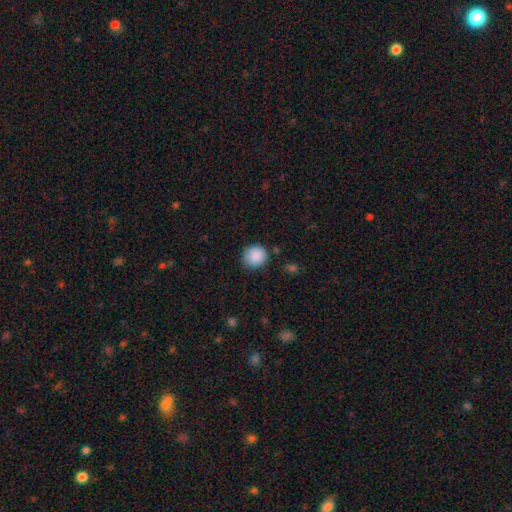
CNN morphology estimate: Smooth or featured? Predicted: smooth (p=0.88). How rounded? Predicted: round (p=0.88). Merging? Predicted: none (p=0.82).